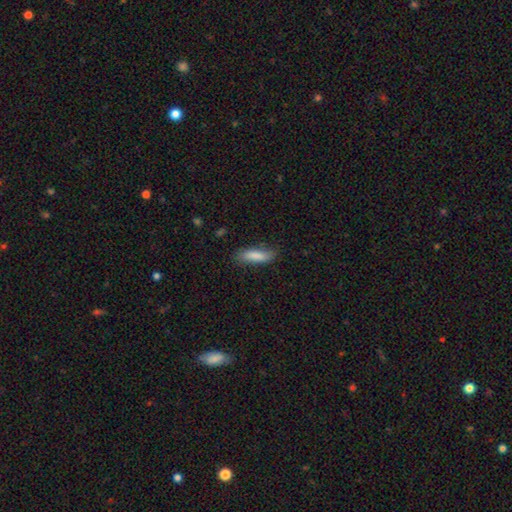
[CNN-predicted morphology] type=smooth (84%); roundness=cigar-shaped (55%); merging=none (77%).